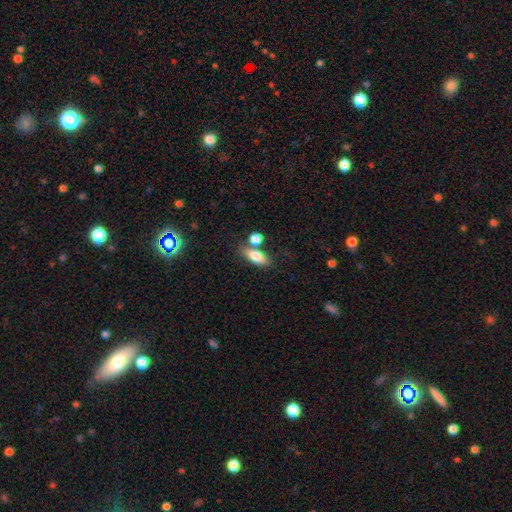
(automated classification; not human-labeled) smooth 80%, featured or disk 12%, star or artifact 8%. Down the decision tree: how rounded — in between (78%); merging — none (62%).